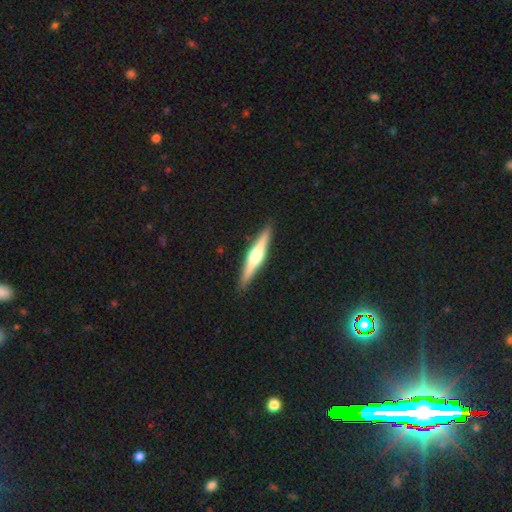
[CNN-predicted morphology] Smooth or featured? featured or disk (66%)
Edge-on disk? yes (97%)
Edge-on bulge? rounded (88%)
Merging? none (91%)